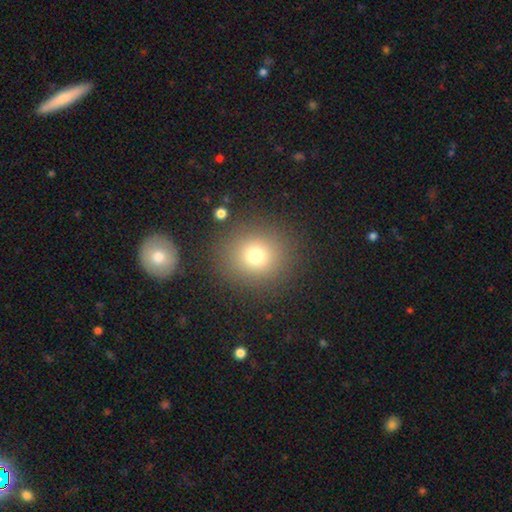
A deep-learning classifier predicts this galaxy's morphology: Smooth or featured? smooth (73%)
How rounded? round (87%)
Merging? none (86%)